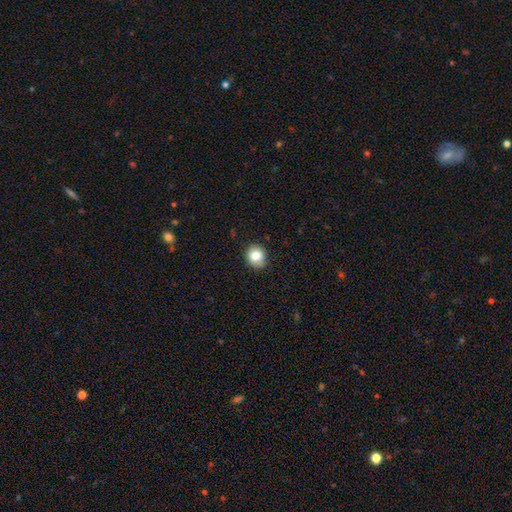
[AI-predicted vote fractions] smooth-or-featured: smooth: 82% | star or artifact: 10% | featured or disk: 8%
  how-rounded: round: 78% | in between: 21% | cigar-shaped: 1%
  merging: none: 86% | minor disturbance: 11% | major disturbance: 2% | merger: 1%